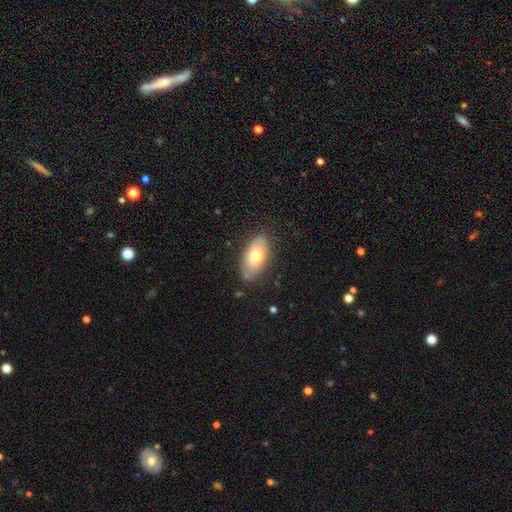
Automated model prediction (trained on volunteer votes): Overall: smooth (68%). How rounded: in between (93%). Merging: none (79%).